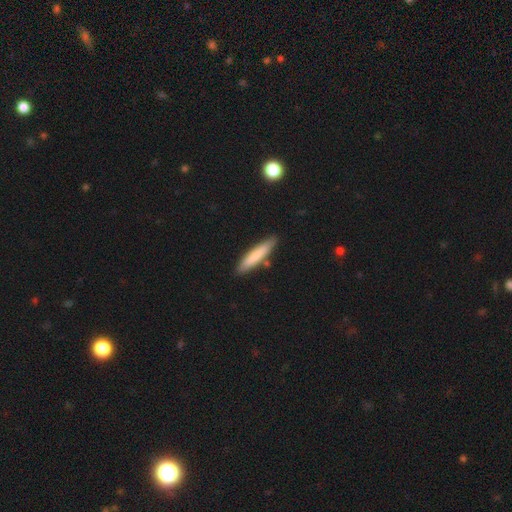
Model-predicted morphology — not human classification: smooth_or_featured: smooth (p=0.78) [alt: featured or disk p=0.17]
how_rounded: cigar-shaped (p=0.87) [alt: in between p=0.11]
merging: none (p=0.84) [alt: minor disturbance p=0.11]